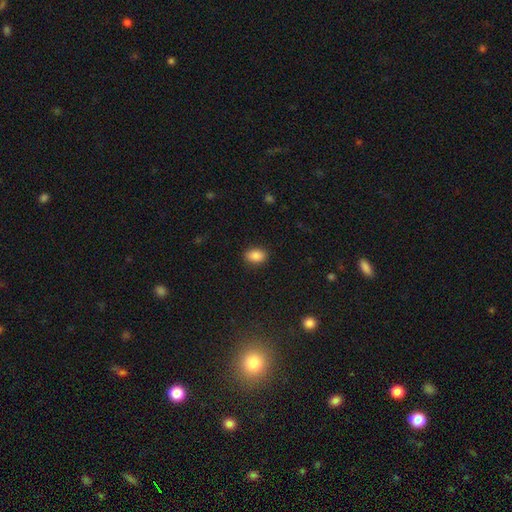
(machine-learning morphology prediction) smooth-or-featured: smooth: 88% | star or artifact: 8% | featured or disk: 4%
  how-rounded: in between: 84% | round: 14% | cigar-shaped: 1%
  merging: none: 88% | minor disturbance: 9% | major disturbance: 2% | merger: 1%